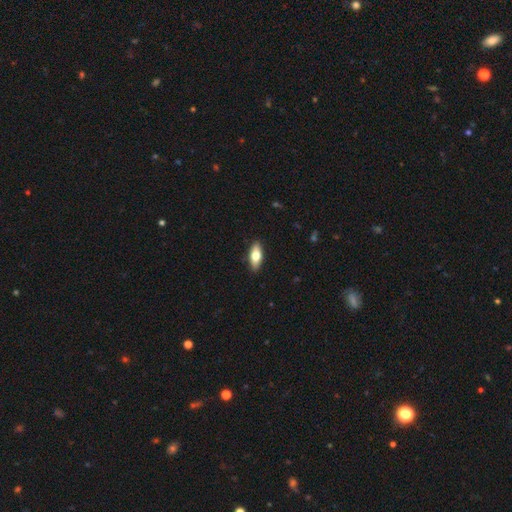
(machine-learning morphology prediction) smooth_or_featured: smooth (p=0.70) [alt: featured or disk p=0.24]
how_rounded: in between (p=0.77) [alt: cigar-shaped p=0.20]
merging: none (p=0.89) [alt: minor disturbance p=0.08]